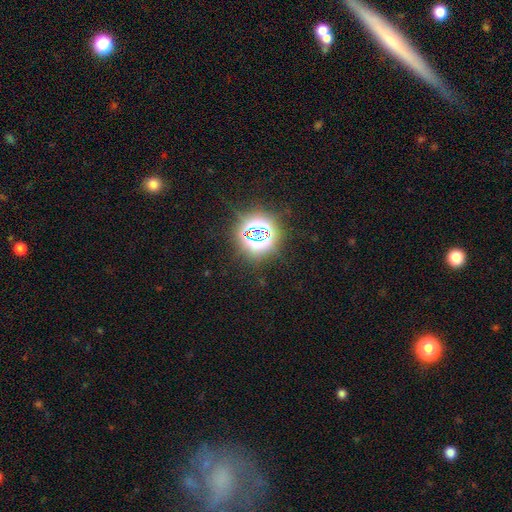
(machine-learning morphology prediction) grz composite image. It shows a star or artifact, not a galaxy (74%).